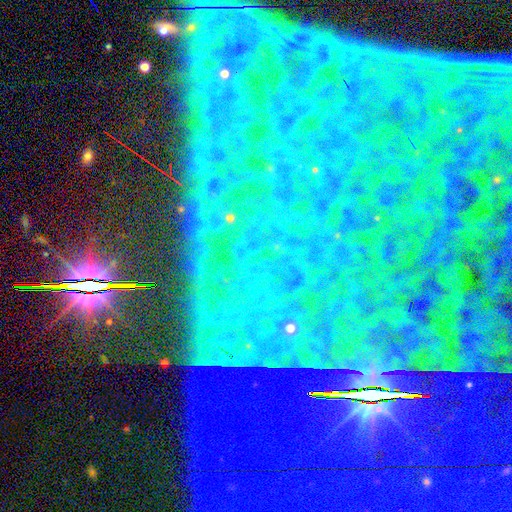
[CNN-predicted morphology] The model was most divided on "smooth or featured": star or artifact: 86%, featured or disk: 8%, smooth: 6%.